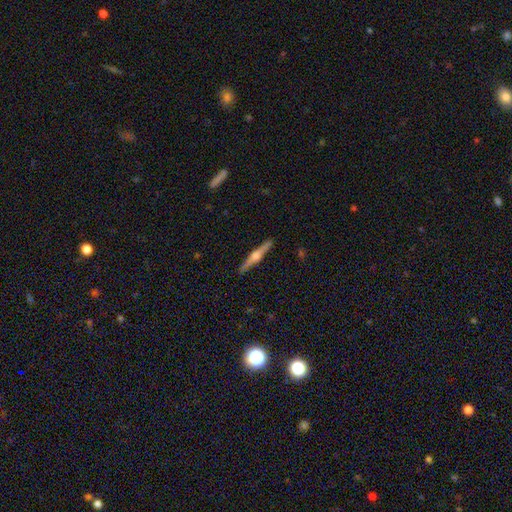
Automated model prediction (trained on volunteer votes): A featured or disk galaxy (76%) viewed edge-on (98%) with a rounded central bulge (90%).

Vote fractions:
- Smooth or featured? featured or disk: 76% / smooth: 19% / star or artifact: 5%
- Edge-on disk? yes: 98% / no: 2%
- Edge-on bulge? rounded: 90% / boxy: 7% / none: 3%
- Merging? none: 91% / minor disturbance: 6% / major disturbance: 1% / merger: 1%